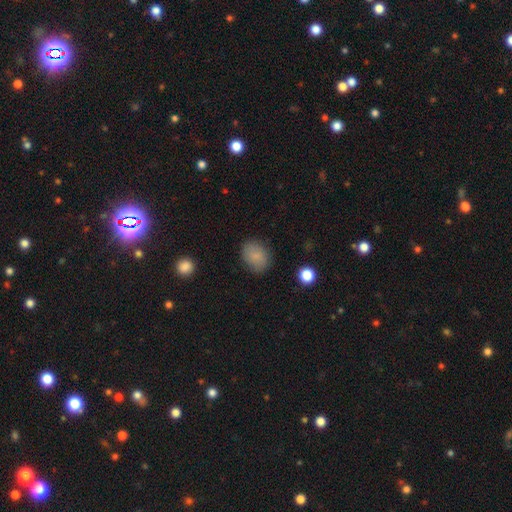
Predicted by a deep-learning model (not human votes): Smooth or featured?
  - smooth: 84% *
  - star or artifact: 9%
  - featured or disk: 8%
How rounded?
  - in between: 64% *
  - round: 35%
  - cigar-shaped: 1%
Merging?
  - none: 83% *
  - minor disturbance: 12%
  - major disturbance: 3%
  - merger: 1%